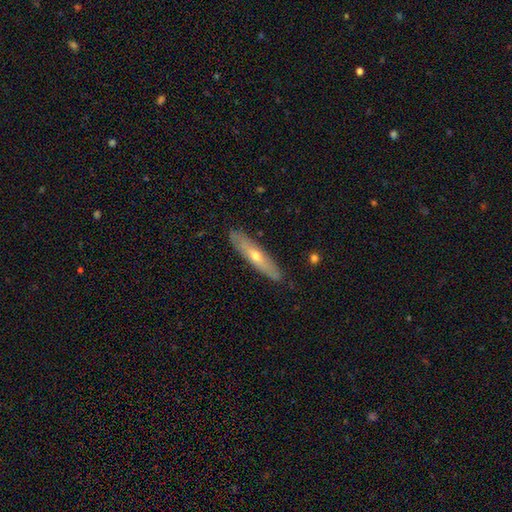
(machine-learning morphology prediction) featured or disk 55%, smooth 38%, star or artifact 7%. Down the decision tree: edge-on disk — yes (70%); merging — none (87%).